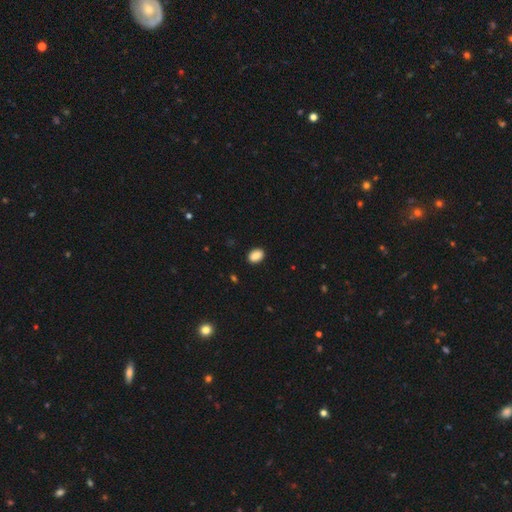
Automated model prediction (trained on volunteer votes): A smooth galaxy with no disk features (89%) that is in between round and cigar-shaped (82%).

Vote fractions:
- Smooth or featured? smooth: 89% / star or artifact: 8% / featured or disk: 3%
- How rounded? in between: 82% / round: 17% / cigar-shaped: 1%
- Merging? none: 90% / minor disturbance: 7% / major disturbance: 2% / merger: 1%